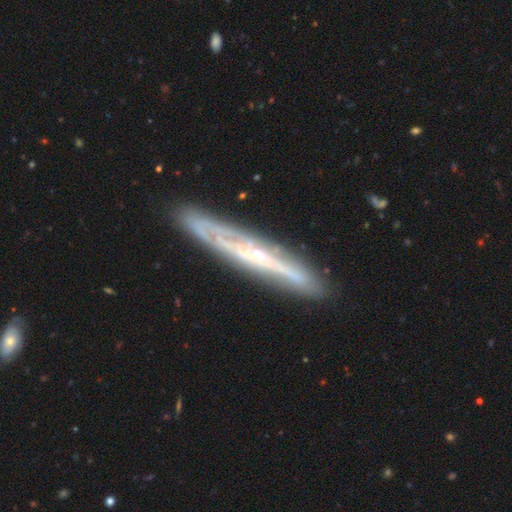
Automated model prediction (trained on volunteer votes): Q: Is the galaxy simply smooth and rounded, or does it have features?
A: featured or disk — 75%.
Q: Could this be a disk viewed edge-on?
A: yes — 76%.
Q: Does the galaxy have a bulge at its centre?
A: none — 60%.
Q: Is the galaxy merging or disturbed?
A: none — 83%.